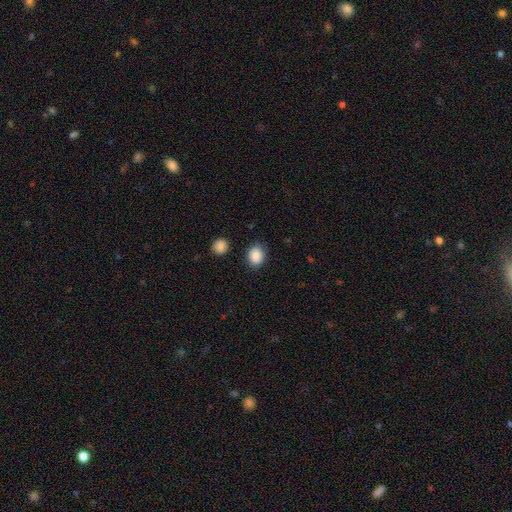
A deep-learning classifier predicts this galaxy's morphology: Smooth or featured: smooth — 88% (star or artifact — 8%)
How rounded: in between — 50% (round — 49%)
Merging: none — 83% (minor disturbance — 12%)